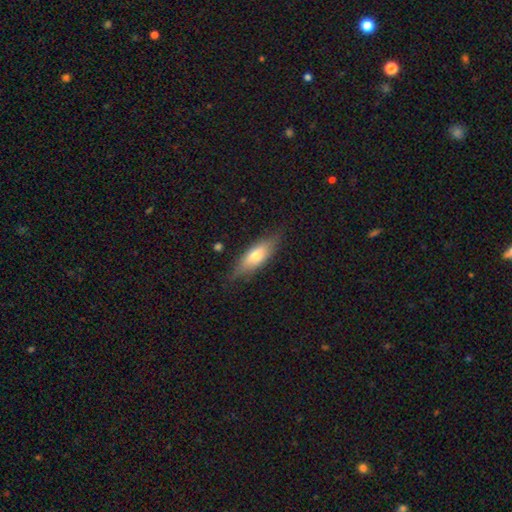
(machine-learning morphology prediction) smooth 64%, featured or disk 29%, star or artifact 6%. Down the decision tree: how rounded — in between (60%); merging — none (78%).